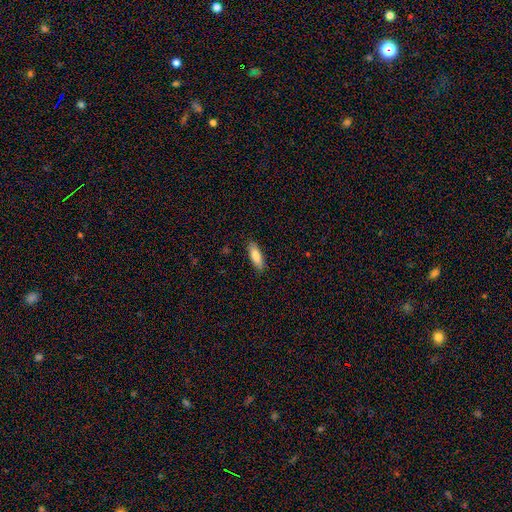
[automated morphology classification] Smooth or featured: smooth — 82% (featured or disk — 12%)
How rounded: in between — 61% (cigar-shaped — 38%)
Merging: none — 87% (minor disturbance — 10%)